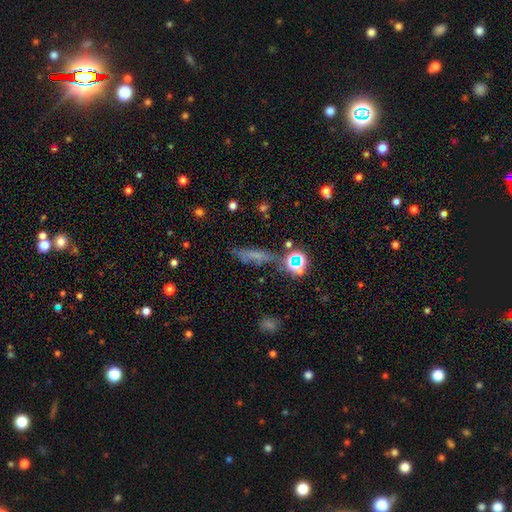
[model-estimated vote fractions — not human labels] smooth-or-featured: smooth: 48% | star or artifact: 31% | featured or disk: 21%
  merging: none: 65% | minor disturbance: 18% | major disturbance: 8% | merger: 8%